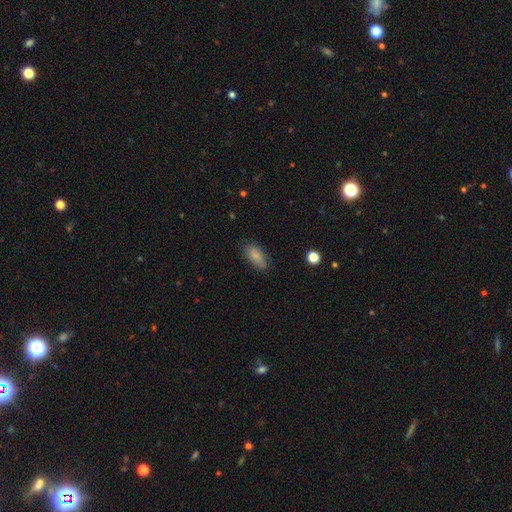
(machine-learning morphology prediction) Smooth or featured? Predicted: smooth (p=0.84). How rounded? Predicted: in between (p=0.88). Merging? Predicted: none (p=0.73).